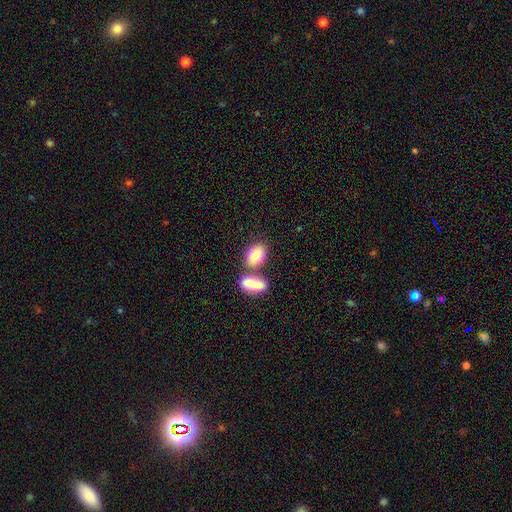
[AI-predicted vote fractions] A smooth galaxy with no disk features (83%) that is in between round and cigar-shaped (82%).

Vote fractions:
- Smooth or featured? smooth: 83% / featured or disk: 10% / star or artifact: 7%
- How rounded? in between: 82% / round: 15% / cigar-shaped: 3%
- Merging? none: 56% / merger: 31% / minor disturbance: 10% / major disturbance: 3%